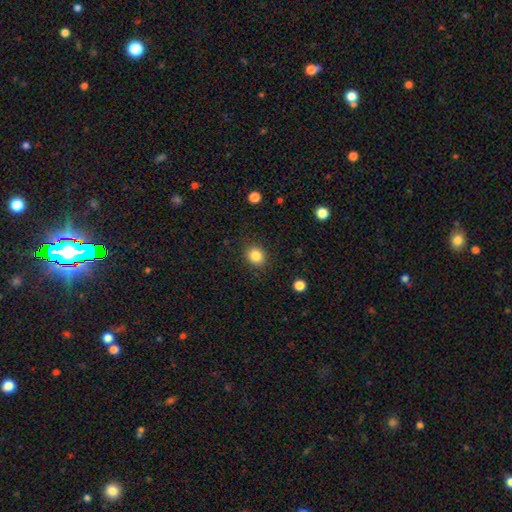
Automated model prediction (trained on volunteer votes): smooth-or-featured: smooth: 86% | star or artifact: 10% | featured or disk: 4%
  how-rounded: round: 78% | in between: 22% | cigar-shaped: 1%
  merging: none: 88% | minor disturbance: 8% | major disturbance: 3% | merger: 1%